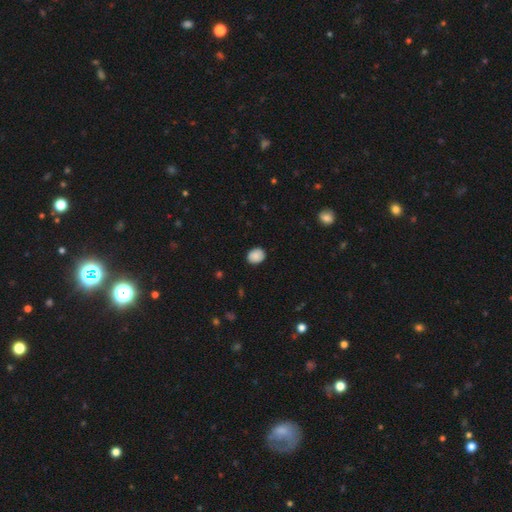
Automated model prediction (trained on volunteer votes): A smooth galaxy with no disk features (88%) that is round (52%). Merging: none (86%).